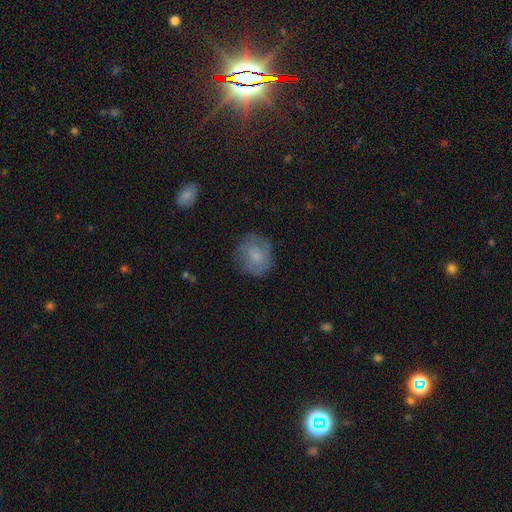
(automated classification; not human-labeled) Morphology: type=smooth (68%); roundness=round (70%); merging=none (71%).